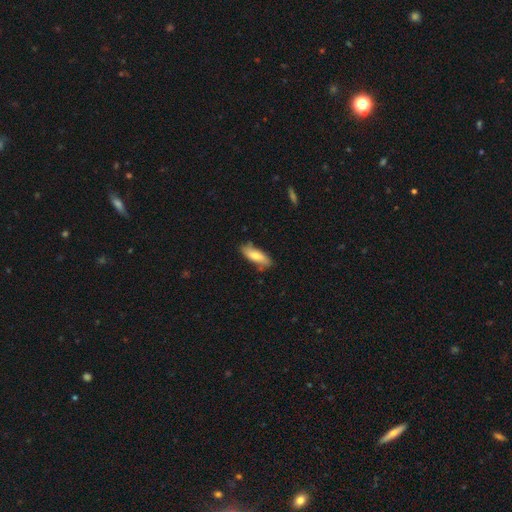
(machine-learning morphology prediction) Q: Smooth or featured?
A: smooth (71%); runner-up: featured or disk (23%)
Q: How rounded?
A: in between (61%); runner-up: cigar-shaped (37%)
Q: Merging?
A: none (74%); runner-up: minor disturbance (19%)